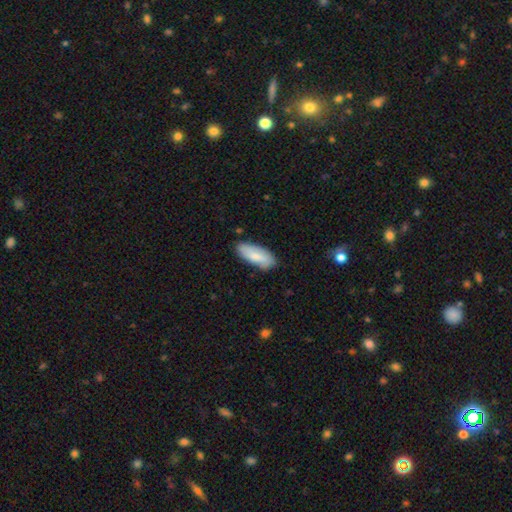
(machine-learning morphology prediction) This is likely a smooth galaxy (76%). How rounded: clearly in between (80%). Merging: clearly none (81%).